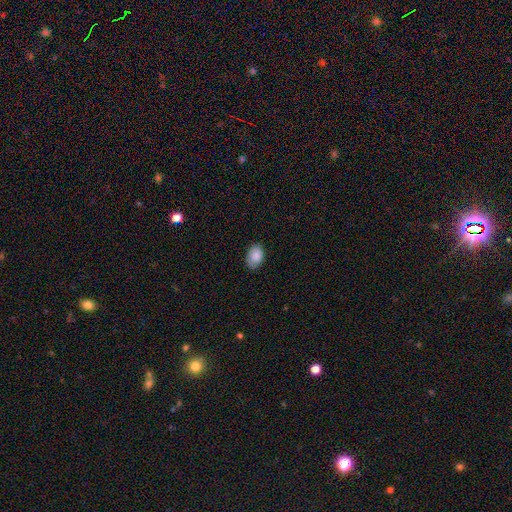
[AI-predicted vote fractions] smooth 87%, star or artifact 7%, featured or disk 6%. Down the decision tree: how rounded — in between (84%); merging — none (80%).